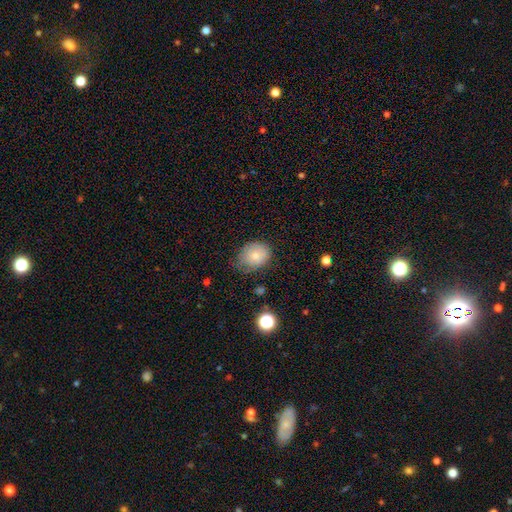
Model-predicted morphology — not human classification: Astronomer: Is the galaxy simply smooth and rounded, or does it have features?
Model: smooth — 79%.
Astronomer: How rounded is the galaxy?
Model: round — 52% (runner-up: in between, 47%).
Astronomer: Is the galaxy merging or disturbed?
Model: none — 57%.